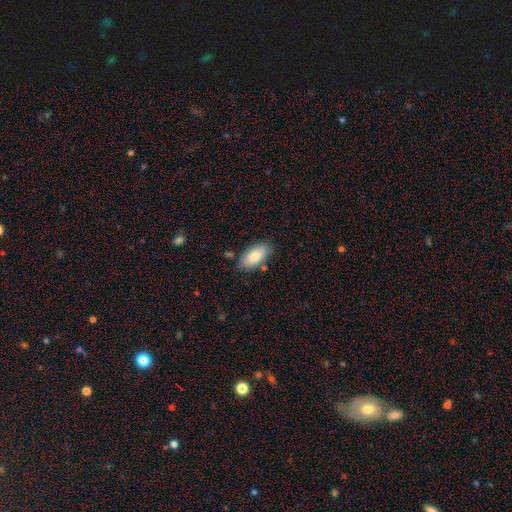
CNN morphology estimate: The model was most divided on "smooth or featured": smooth: 80%, featured or disk: 14%, star or artifact: 7%. More confident: how rounded — in between (93%); merging — none (80%).